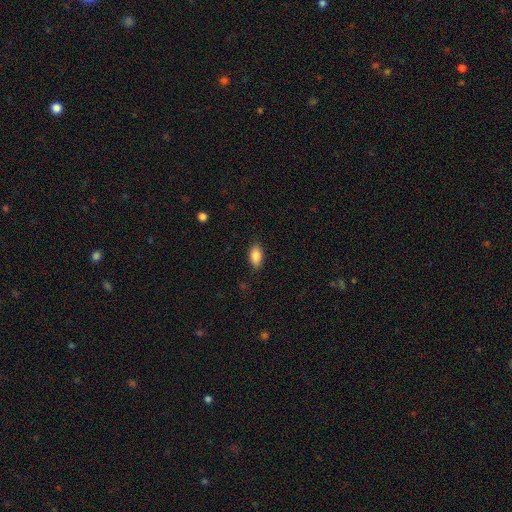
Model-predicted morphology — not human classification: type=smooth (85%); roundness=in between (90%); merging=none (86%).